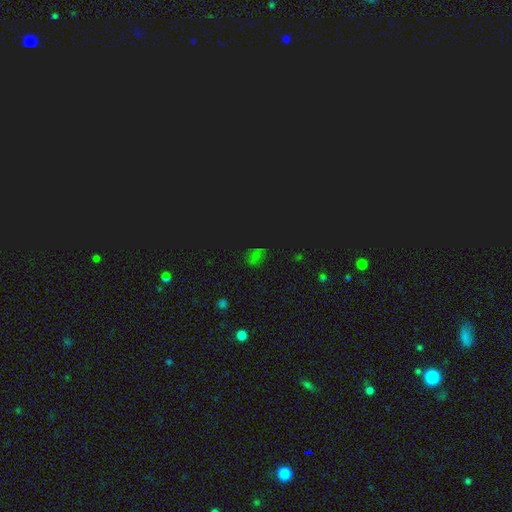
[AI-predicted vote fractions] A star or artifact, not a galaxy (58%).

Vote fractions:
- Smooth or featured? star or artifact: 58% / smooth: 34% / featured or disk: 8%